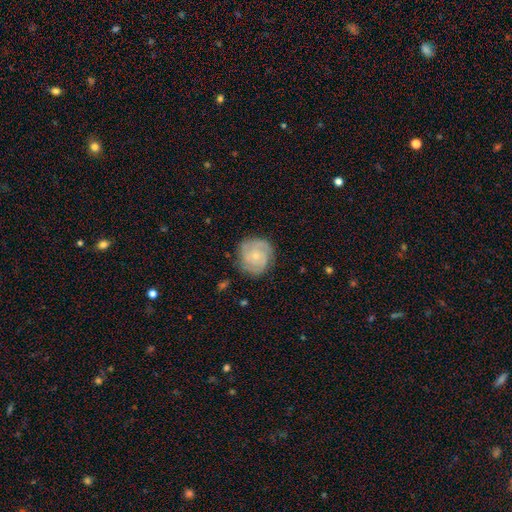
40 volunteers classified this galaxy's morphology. Volunteers were most divided on "spiral arm count": 3: 53%, 2: 31%, can't tell: 12%, 4: 3%, 1: 0%, more than 4: 0%. More confident: edge-on disk — no (100%); spiral arms — yes (100%); bar — no (91%); smooth or featured — featured or disk (80%); merging — none (78%); bulge size — small (78%); spiral winding — tight (66%).